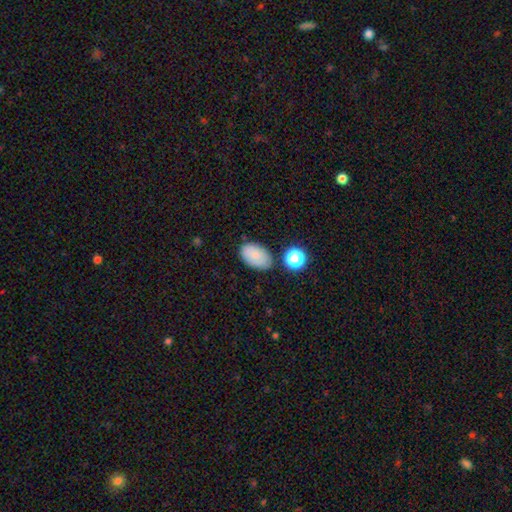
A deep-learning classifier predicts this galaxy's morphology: smooth 81%, featured or disk 11%, star or artifact 9%. Down the decision tree: how rounded — in between (92%); merging — none (77%).